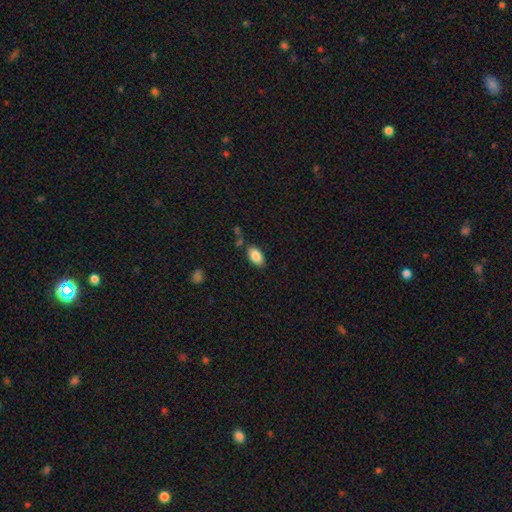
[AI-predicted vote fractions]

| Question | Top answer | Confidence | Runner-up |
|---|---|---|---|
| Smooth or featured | smooth | 86% | star or artifact (7%) |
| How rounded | in between | 93% | round (4%) |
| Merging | none | 76% | minor disturbance (15%) |